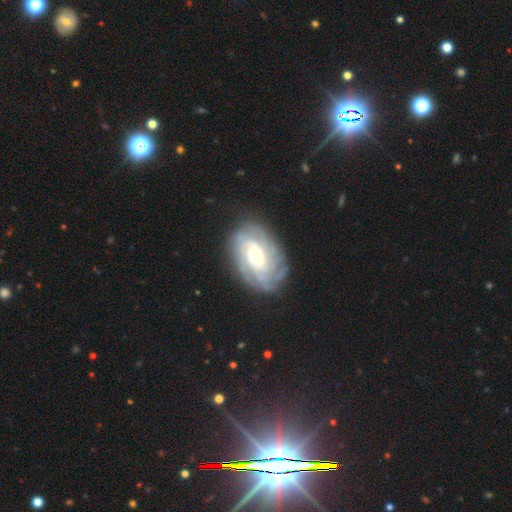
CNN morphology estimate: Q: Smooth or featured?
A: featured or disk (85%); runner-up: smooth (10%)
Q: Edge-on disk?
A: no (96%); runner-up: yes (4%)
Q: Bar?
A: no (57%); runner-up: weak (33%)
Q: Spiral arms?
A: yes (96%); runner-up: no (4%)
Q: Spiral winding?
A: tight (72%); runner-up: medium (23%)
Q: Spiral arm count?
A: can't tell (35%); runner-up: 4 (20%)
Q: Bulge size?
A: moderate (55%); runner-up: small (36%)
Q: Merging?
A: none (79%); runner-up: minor disturbance (15%)